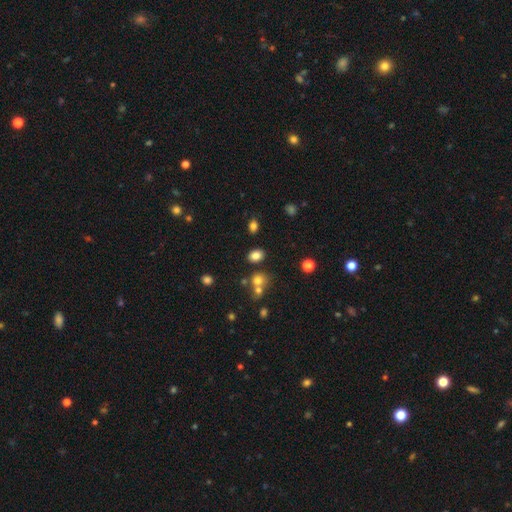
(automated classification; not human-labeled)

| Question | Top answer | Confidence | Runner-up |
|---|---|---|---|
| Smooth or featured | smooth | 79% | star or artifact (14%) |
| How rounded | in between | 65% | round (34%) |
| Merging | none | 76% | minor disturbance (10%) |